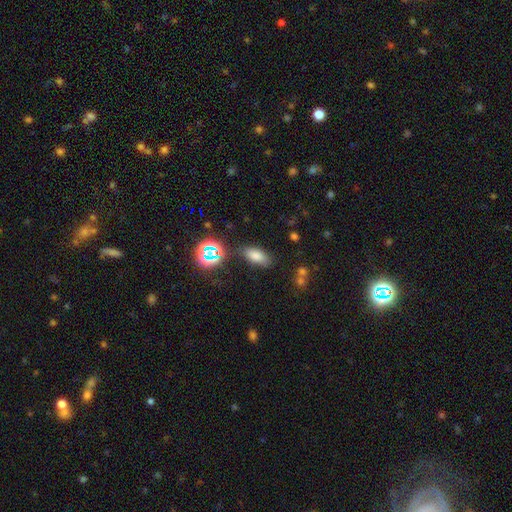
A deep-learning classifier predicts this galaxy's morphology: smooth_or_featured: smooth (p=0.73) [alt: star or artifact p=0.18]
how_rounded: in between (p=0.85) [alt: cigar-shaped p=0.10]
merging: none (p=0.75) [alt: minor disturbance p=0.15]